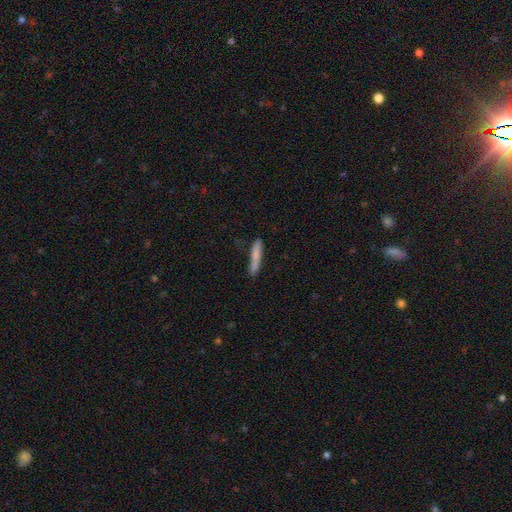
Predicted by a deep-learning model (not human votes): Smooth or featured? smooth (76%)
How rounded? cigar-shaped (91%)
Merging? none (74%)